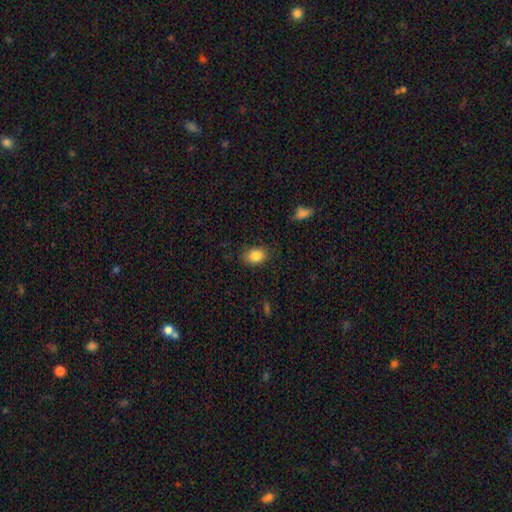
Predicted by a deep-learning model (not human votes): Smooth or featured?
  - smooth: 85% *
  - star or artifact: 9%
  - featured or disk: 6%
How rounded?
  - in between: 74% *
  - round: 25%
  - cigar-shaped: 1%
Merging?
  - none: 82% *
  - minor disturbance: 13%
  - major disturbance: 3%
  - merger: 1%